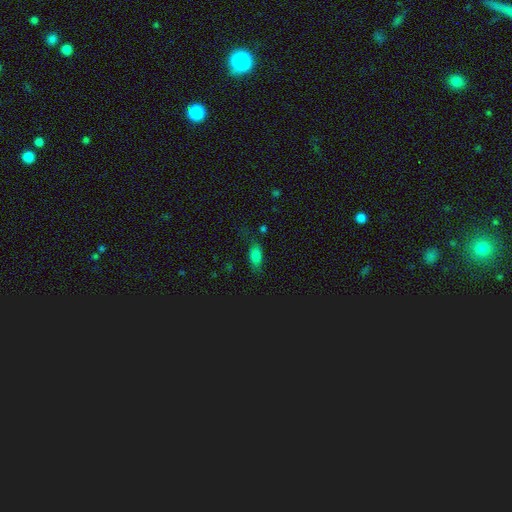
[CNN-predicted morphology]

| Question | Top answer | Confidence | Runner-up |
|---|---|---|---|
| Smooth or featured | smooth | 73% | star or artifact (16%) |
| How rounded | in between | 82% | cigar-shaped (12%) |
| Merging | none | 65% | minor disturbance (22%) |